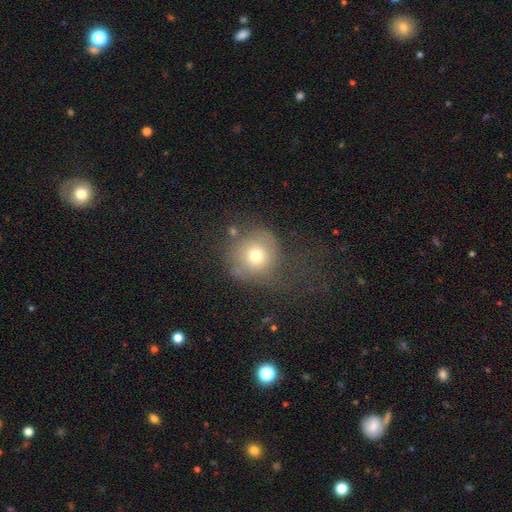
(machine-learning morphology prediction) A smooth galaxy with no disk features (69%) that is round (90%). Merging: none (45%).